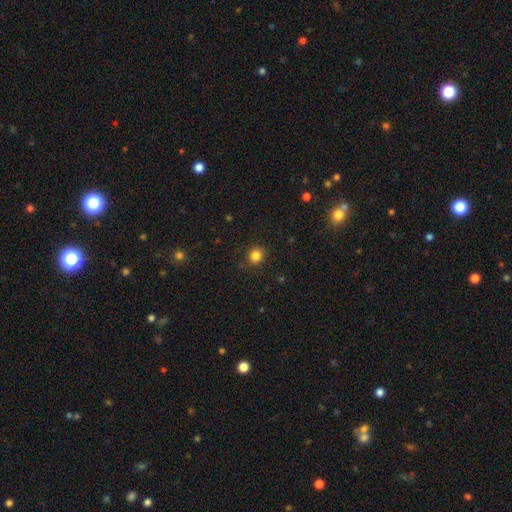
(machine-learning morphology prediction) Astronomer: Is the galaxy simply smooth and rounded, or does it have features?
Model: smooth — 84%.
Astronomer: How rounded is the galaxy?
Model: round — 84%.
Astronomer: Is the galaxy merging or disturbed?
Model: none — 89%.